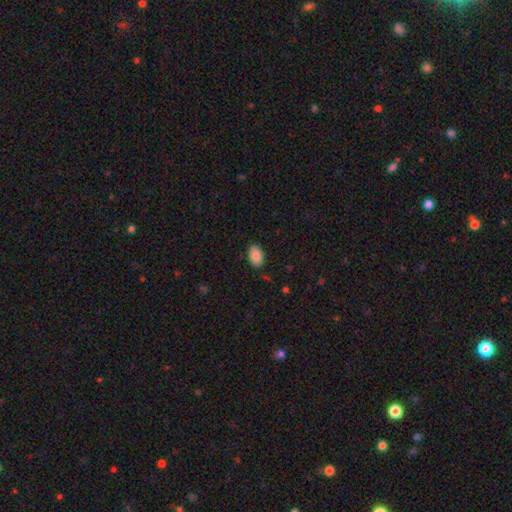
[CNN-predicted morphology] Q: Smooth or featured?
A: smooth (85%); runner-up: featured or disk (8%)
Q: How rounded?
A: in between (89%); runner-up: round (9%)
Q: Merging?
A: none (87%); runner-up: minor disturbance (10%)